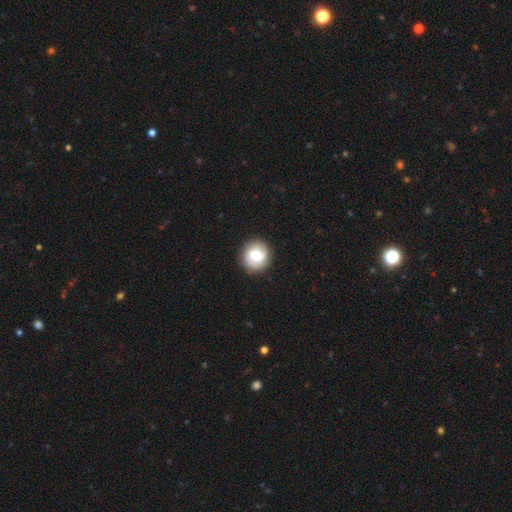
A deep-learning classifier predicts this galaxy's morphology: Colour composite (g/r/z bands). It shows a smooth galaxy with no disk features (48%). Merging: none (89%).